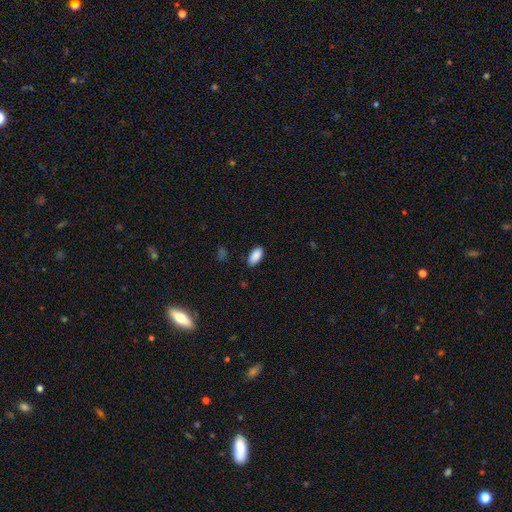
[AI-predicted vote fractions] The model was most divided on "merging": none: 86%, minor disturbance: 11%, major disturbance: 2%, merger: 1%. More confident: how rounded — in between (92%); smooth or featured — smooth (90%).